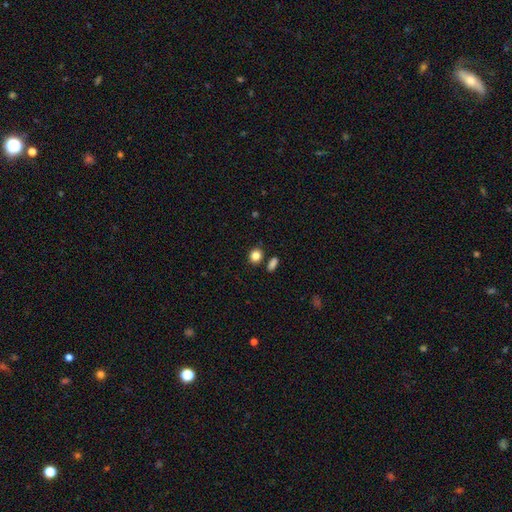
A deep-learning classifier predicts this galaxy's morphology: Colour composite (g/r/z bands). It shows a smooth galaxy with no disk features (85%) that is round (69%). Merging: none (80%).